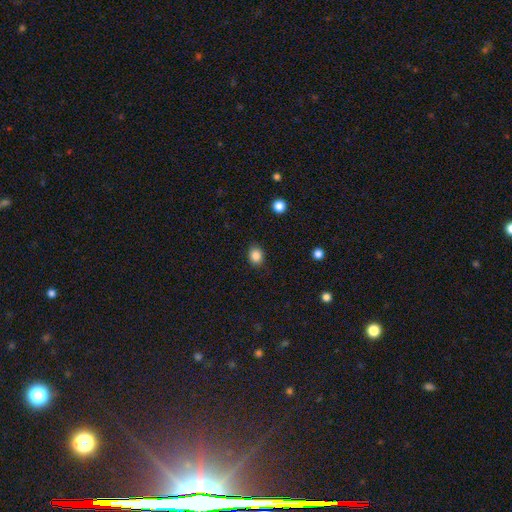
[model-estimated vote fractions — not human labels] Smooth or featured? Predicted: smooth (p=0.86). How rounded? Predicted: round (p=0.61). Merging? Predicted: none (p=0.87).